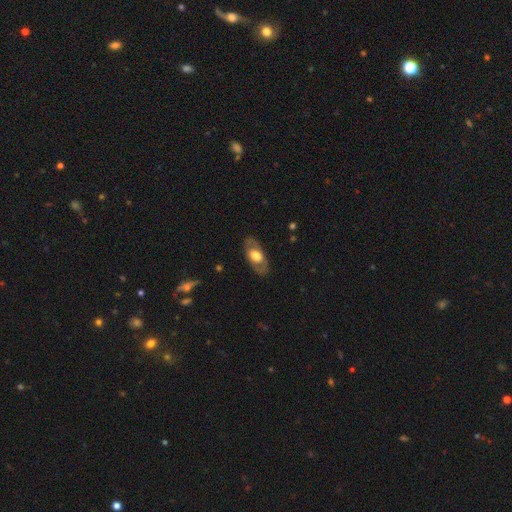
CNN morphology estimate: Overall: smooth (50%; featured or disk 44%). Merging: none (81%).